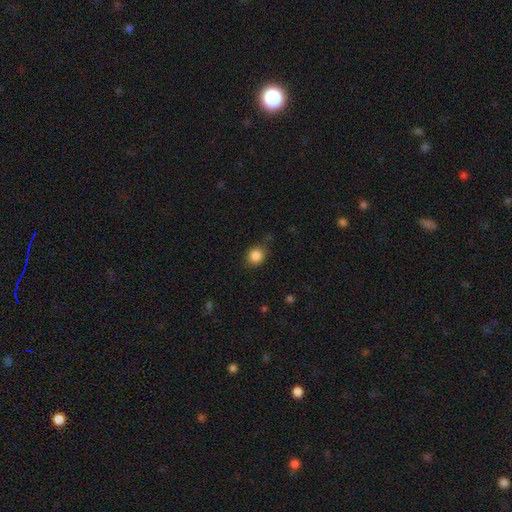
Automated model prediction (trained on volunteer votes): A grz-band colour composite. It shows a smooth galaxy with no disk features (85%) that is round (76%). Merging: none (73%).